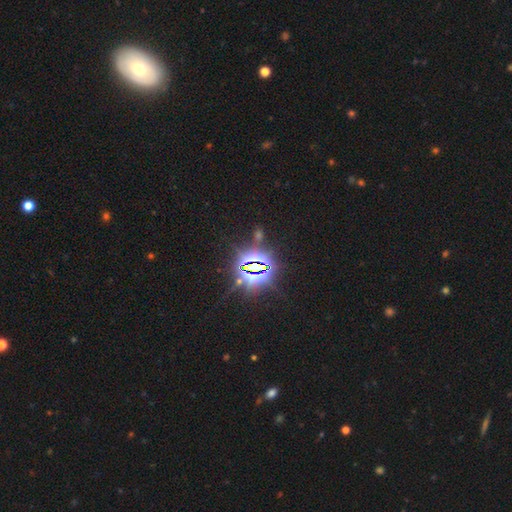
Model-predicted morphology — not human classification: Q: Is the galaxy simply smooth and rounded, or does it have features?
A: star or artifact — 86%.